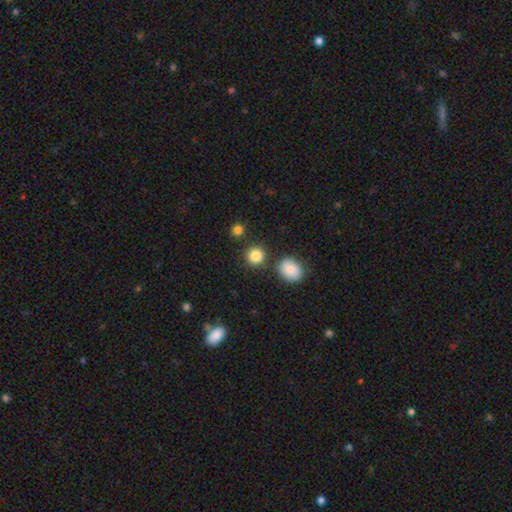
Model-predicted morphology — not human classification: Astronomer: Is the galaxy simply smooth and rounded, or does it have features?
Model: smooth — 85%.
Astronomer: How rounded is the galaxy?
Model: round — 89%.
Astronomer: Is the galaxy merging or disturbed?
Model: none — 83%.